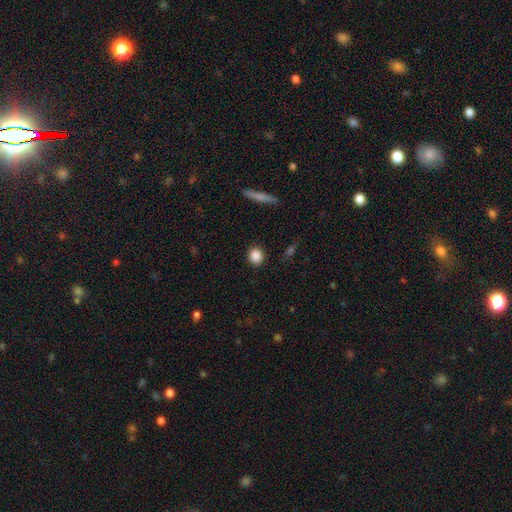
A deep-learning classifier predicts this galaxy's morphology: Q: Smooth or featured?
A: smooth (87%); runner-up: star or artifact (9%)
Q: How rounded?
A: round (77%); runner-up: in between (21%)
Q: Merging?
A: none (89%); runner-up: minor disturbance (7%)